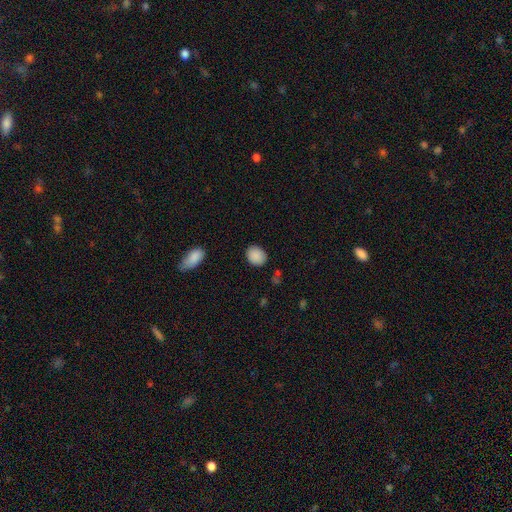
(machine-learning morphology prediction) Smooth or featured? smooth (89%)
How rounded? round (52%)
Merging? none (84%)